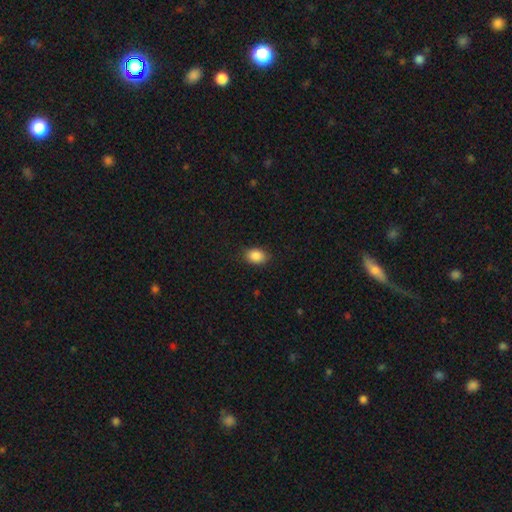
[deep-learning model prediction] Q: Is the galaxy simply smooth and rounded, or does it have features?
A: smooth — 88%.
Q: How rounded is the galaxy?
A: in between — 76%.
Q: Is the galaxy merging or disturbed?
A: none — 87%.